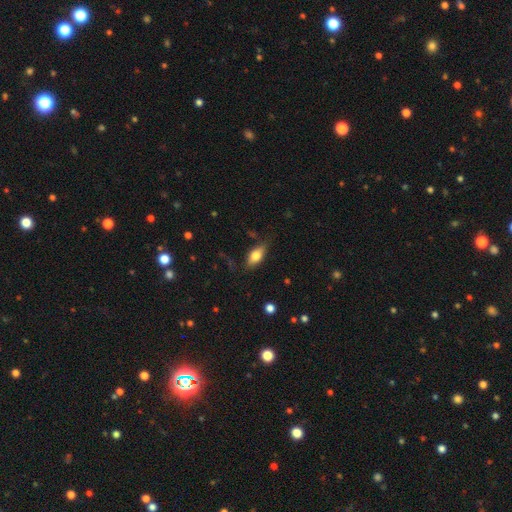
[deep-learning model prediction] A smooth galaxy with no disk features (71%) that is in between round and cigar-shaped (84%). Merging: none (75%).